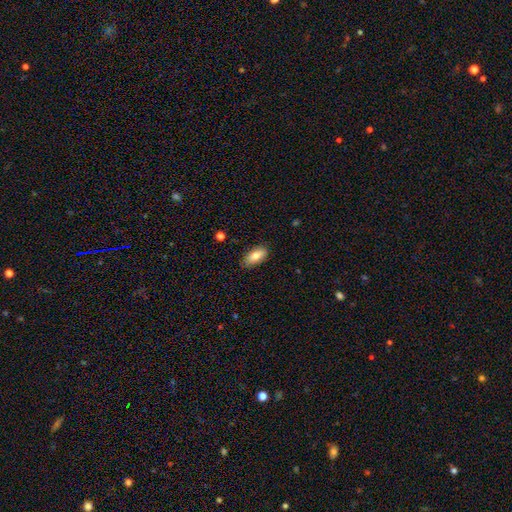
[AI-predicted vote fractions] Morphology: type=smooth (81%); roundness=in between (87%); merging=none (85%).